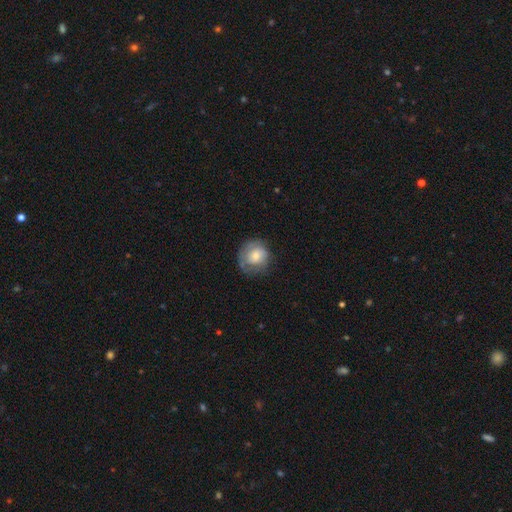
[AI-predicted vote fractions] Overall: smooth (57%; featured or disk 36%). How rounded: round (82%). Merging: none (63%; minor disturbance 24%).